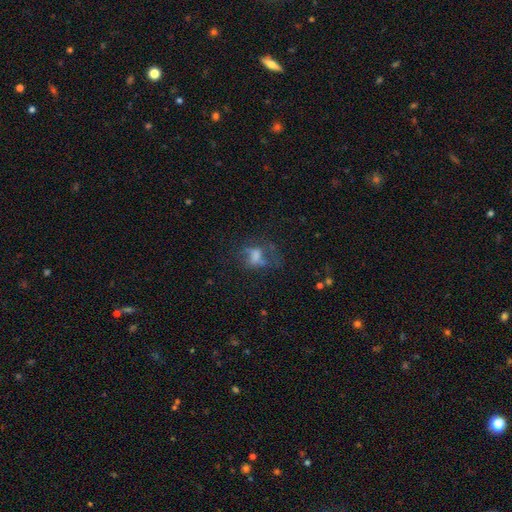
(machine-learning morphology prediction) type=featured or disk (39%, tied with smooth); merging=none (41%).